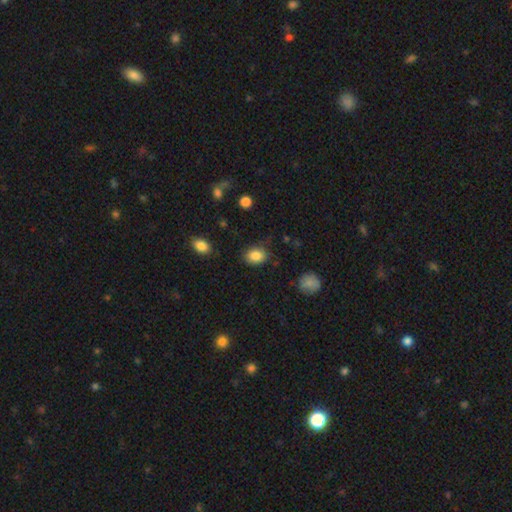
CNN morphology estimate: Smooth or featured? smooth (86%)
How rounded? in between (70%)
Merging? none (77%)